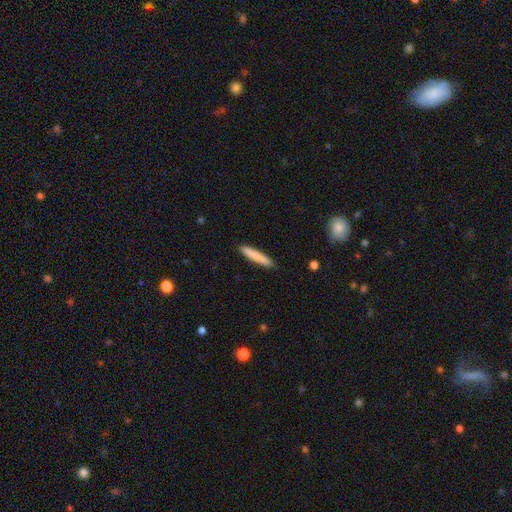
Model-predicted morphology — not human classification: This is clearly a smooth galaxy (81%). How rounded: clearly cigar-shaped (93%). Merging: clearly none (91%).